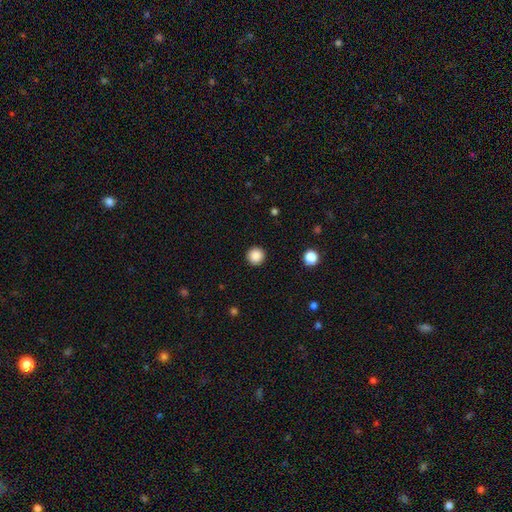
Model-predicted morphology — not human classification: Smooth or featured? smooth (87%)
How rounded? round (96%)
Merging? none (93%)